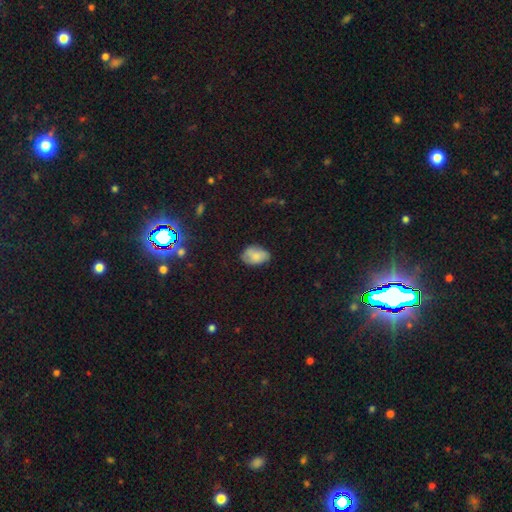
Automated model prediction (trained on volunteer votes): Smooth or featured: smooth — 72% (featured or disk — 20%)
How rounded: in between — 84% (round — 15%)
Merging: none — 65% (minor disturbance — 28%)